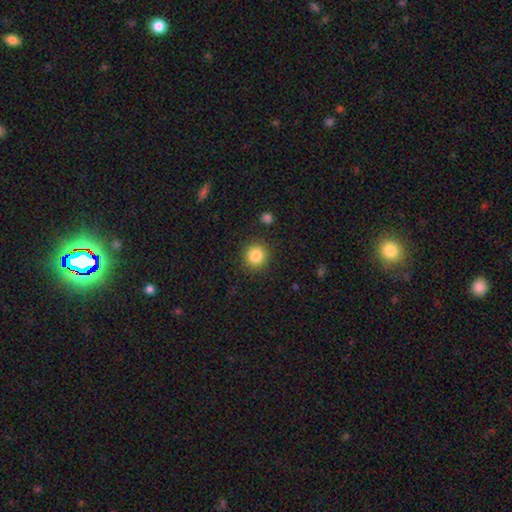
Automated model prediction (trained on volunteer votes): Morphology: type=smooth (85%); roundness=round (90%); merging=none (89%).